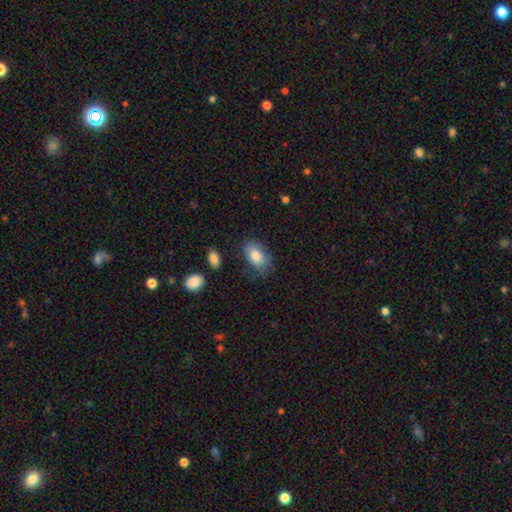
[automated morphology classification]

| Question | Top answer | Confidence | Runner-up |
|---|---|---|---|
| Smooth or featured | smooth | 83% | featured or disk (10%) |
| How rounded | in between | 90% | round (8%) |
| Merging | none | 72% | minor disturbance (20%) |